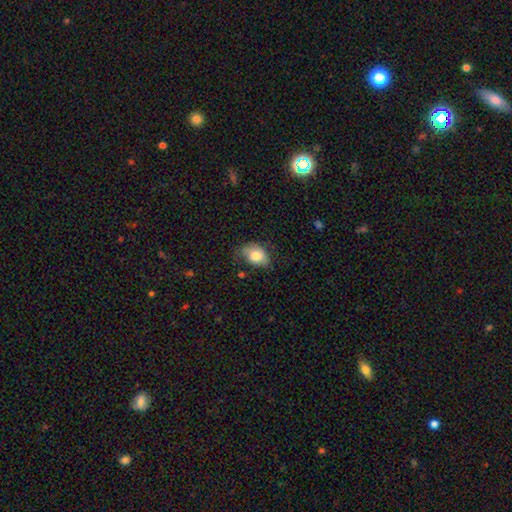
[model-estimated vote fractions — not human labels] A smooth galaxy with no disk features (80%) that is in between round and cigar-shaped (77%).

Vote fractions:
- Smooth or featured? smooth: 80% / featured or disk: 12% / star or artifact: 8%
- How rounded? in between: 77% / round: 22% / cigar-shaped: 1%
- Merging? none: 60% / minor disturbance: 31% / major disturbance: 7% / merger: 2%